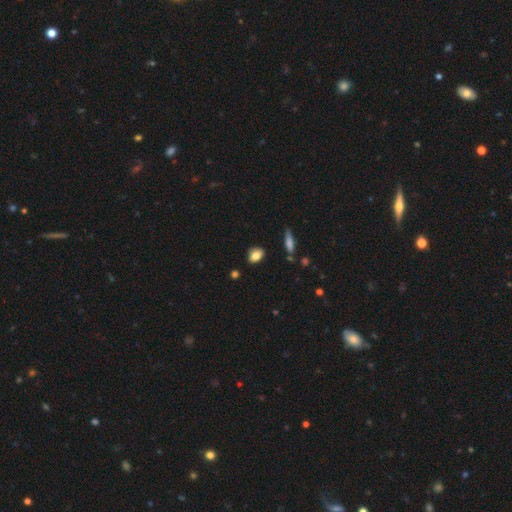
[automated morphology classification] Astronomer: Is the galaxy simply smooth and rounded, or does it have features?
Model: smooth — 84%.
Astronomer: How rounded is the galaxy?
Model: in between — 75%.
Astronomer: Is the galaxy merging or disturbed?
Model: none — 84%.